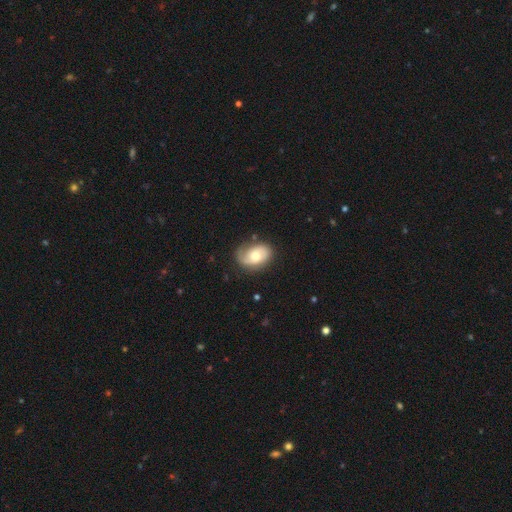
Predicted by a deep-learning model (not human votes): The model was most divided on "smooth or featured": featured or disk: 57%, smooth: 36%, star or artifact: 7%. More confident: edge-on disk — no (96%); spiral arms — yes (84%); bar — no (73%); bulge size — moderate (66%); merging — none (65%).